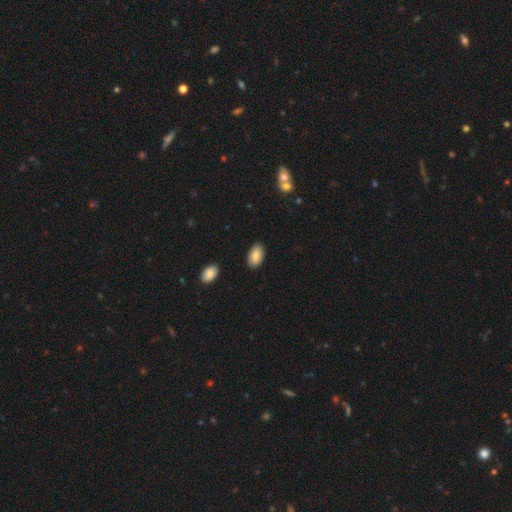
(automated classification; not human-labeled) This appears to be a smooth galaxy with no disk features (88%) that is in between round and cigar-shaped (94%). Merging: none (89%).